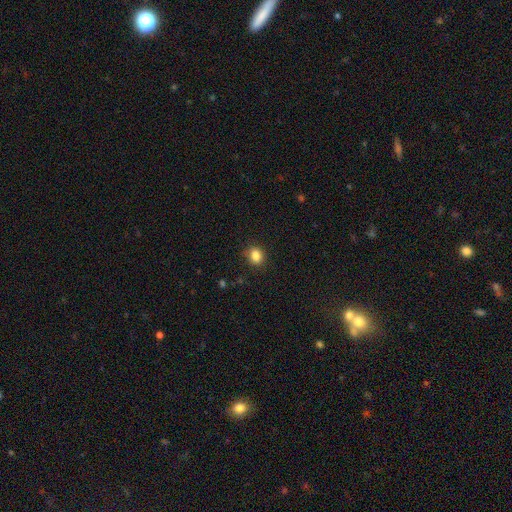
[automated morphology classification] This appears to be a smooth galaxy with no disk features (85%) that is round (57%). Merging: none (86%).